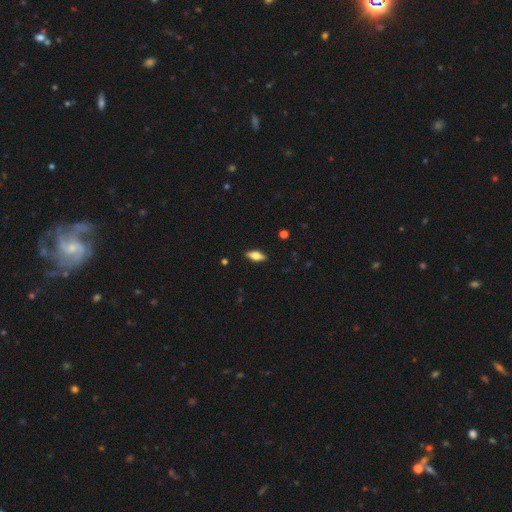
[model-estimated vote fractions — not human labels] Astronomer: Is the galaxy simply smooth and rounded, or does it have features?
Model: smooth — 60%.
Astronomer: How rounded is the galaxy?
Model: in between — 72%.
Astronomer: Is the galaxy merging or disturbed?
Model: none — 89%.